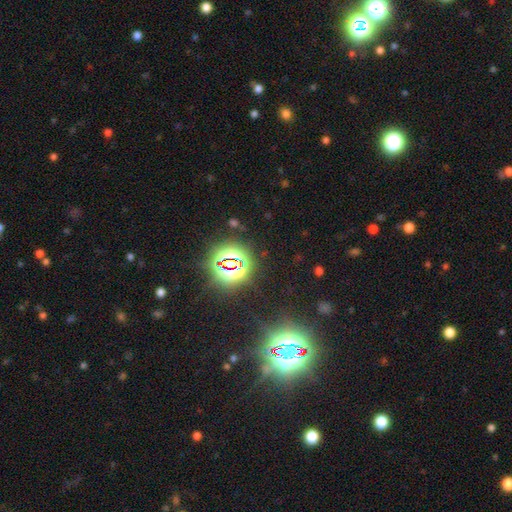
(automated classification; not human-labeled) A star or artifact, not a galaxy (84%).